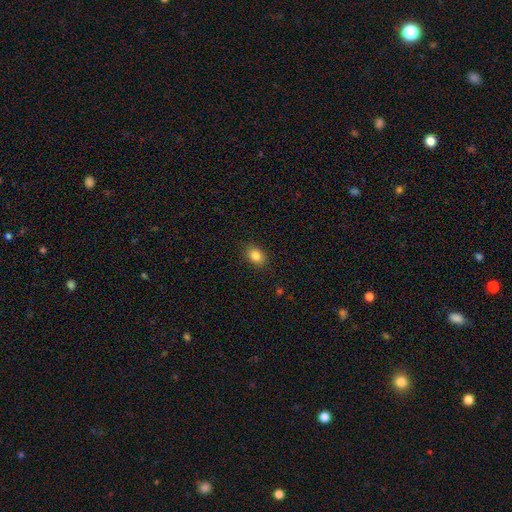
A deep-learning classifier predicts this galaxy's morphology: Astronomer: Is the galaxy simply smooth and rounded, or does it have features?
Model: smooth — 85%.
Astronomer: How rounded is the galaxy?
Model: in between — 67%.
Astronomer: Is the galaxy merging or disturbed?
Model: none — 87%.